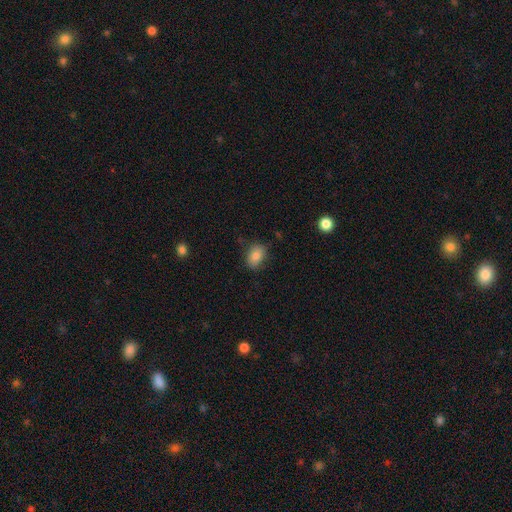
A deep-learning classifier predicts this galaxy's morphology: type=smooth (82%); roundness=in between (75%); merging=none (77%).